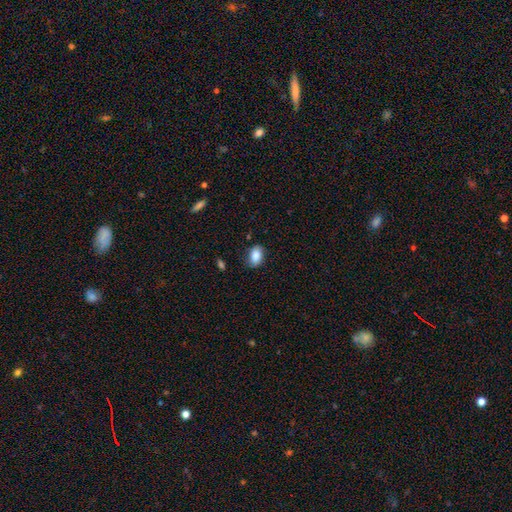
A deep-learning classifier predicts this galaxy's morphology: A smooth galaxy with no disk features (84%) that is in between round and cigar-shaped (85%).

Vote fractions:
- Smooth or featured? smooth: 84% / featured or disk: 8% / star or artifact: 8%
- How rounded? in between: 85% / round: 13% / cigar-shaped: 2%
- Merging? none: 76% / minor disturbance: 19% / major disturbance: 4% / merger: 1%